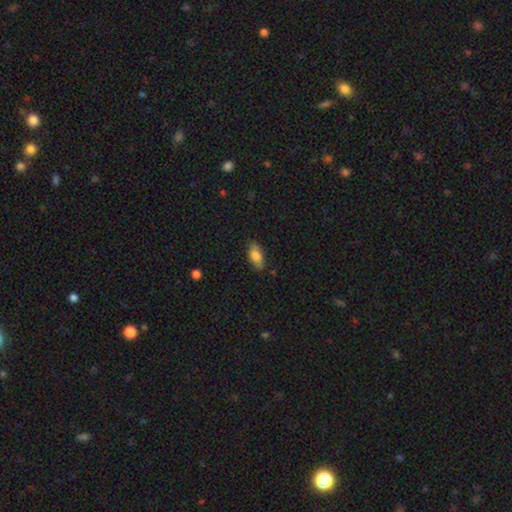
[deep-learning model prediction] A smooth galaxy with no disk features (81%) that is in between round and cigar-shaped (86%).

Vote fractions:
- Smooth or featured? smooth: 81% / featured or disk: 12% / star or artifact: 7%
- How rounded? in between: 86% / cigar-shaped: 10% / round: 3%
- Merging? none: 79% / minor disturbance: 17% / major disturbance: 3% / merger: 2%